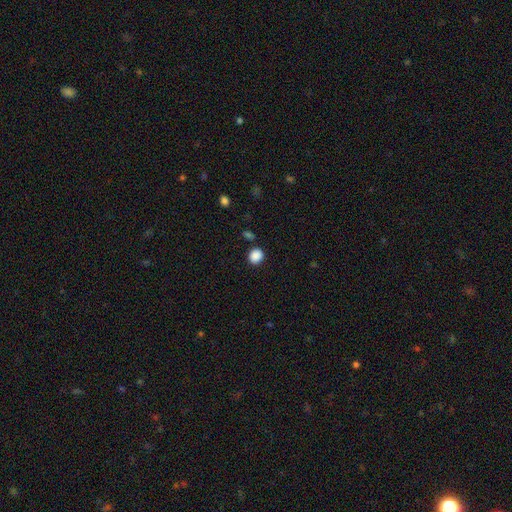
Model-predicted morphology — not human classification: This appears to be a smooth galaxy with no disk features (88%) that is round (72%). Merging: none (86%).